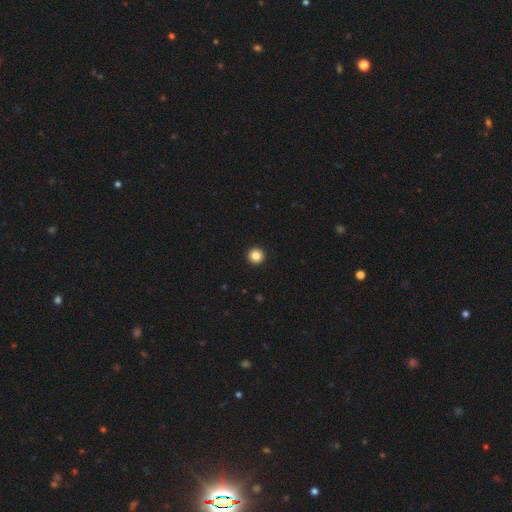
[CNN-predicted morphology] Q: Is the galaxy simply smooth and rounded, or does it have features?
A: smooth — 85%.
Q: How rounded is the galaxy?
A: round — 97%.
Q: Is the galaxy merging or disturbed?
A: none — 95%.